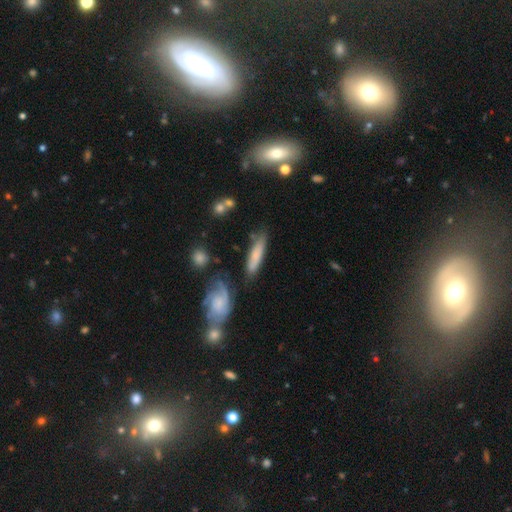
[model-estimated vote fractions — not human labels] Morphology: type=smooth (67%); roundness=cigar-shaped (76%); merging=none (68%).